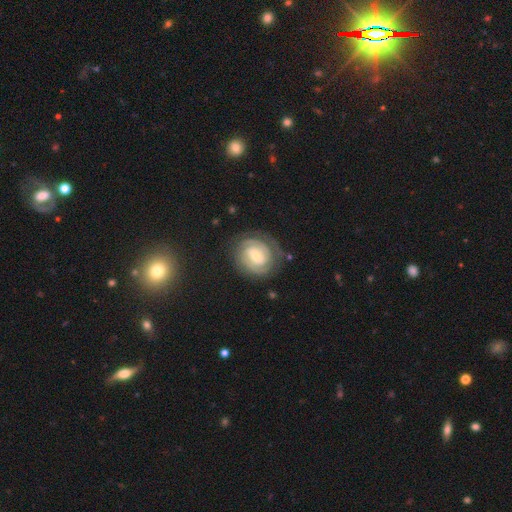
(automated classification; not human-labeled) This appears to be a featured or disk galaxy (82%) with a weak bar (48%), 2 (51%) tight (77%) spiral arms (94%) and a moderate central bulge (51%). Merging: none (75%).